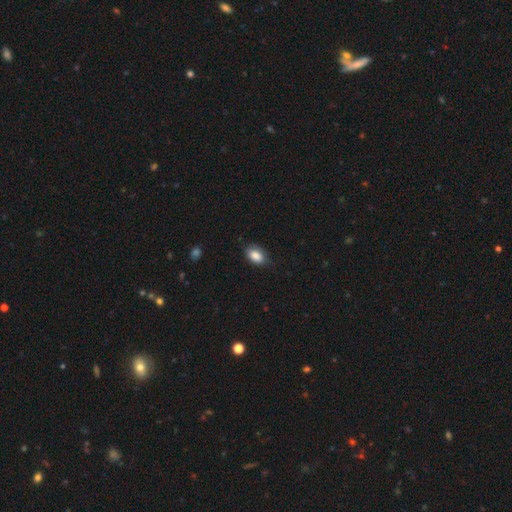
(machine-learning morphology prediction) This is clearly a smooth galaxy (86%). How rounded: clearly in between (88%). Merging: likely none (73%).